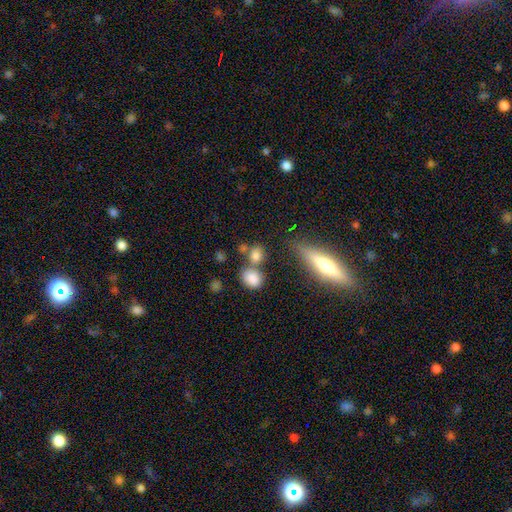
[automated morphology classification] A smooth galaxy with no disk features (78%) that is round (57%).

Vote fractions:
- Smooth or featured? smooth: 78% / star or artifact: 12% / featured or disk: 10%
- How rounded? round: 57% / in between: 38% / cigar-shaped: 4%
- Merging? none: 55% / merger: 27% / minor disturbance: 12% / major disturbance: 6%